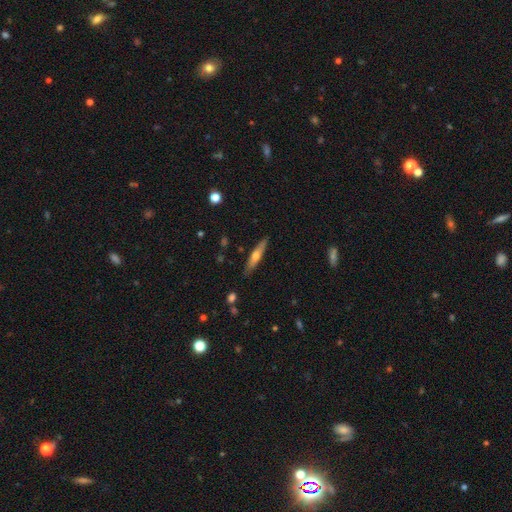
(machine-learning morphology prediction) Smooth or featured: smooth — 50% (featured or disk — 44%)
How rounded: cigar-shaped — 87% (in between — 12%)
Merging: none — 88% (minor disturbance — 9%)